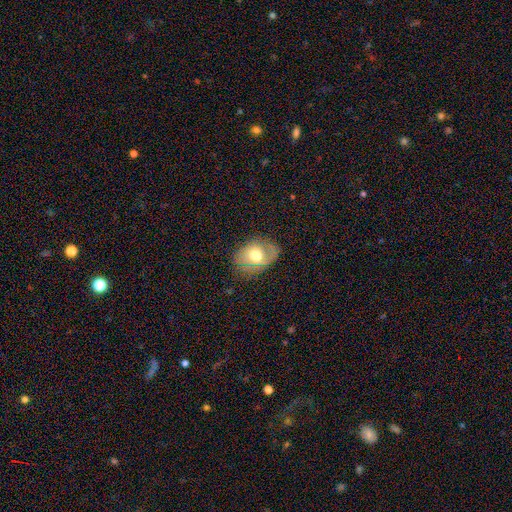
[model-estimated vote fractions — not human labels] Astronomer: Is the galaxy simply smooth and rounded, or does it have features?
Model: smooth — 47% (runner-up: featured or disk, 44%).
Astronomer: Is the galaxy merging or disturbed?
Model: none — 64%.